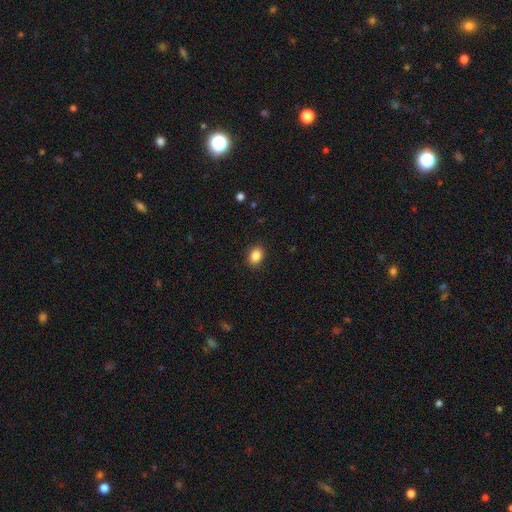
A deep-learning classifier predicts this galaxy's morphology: Smooth or featured? Predicted: smooth (p=0.87). How rounded? Predicted: in between (p=0.70). Merging? Predicted: none (p=0.90).